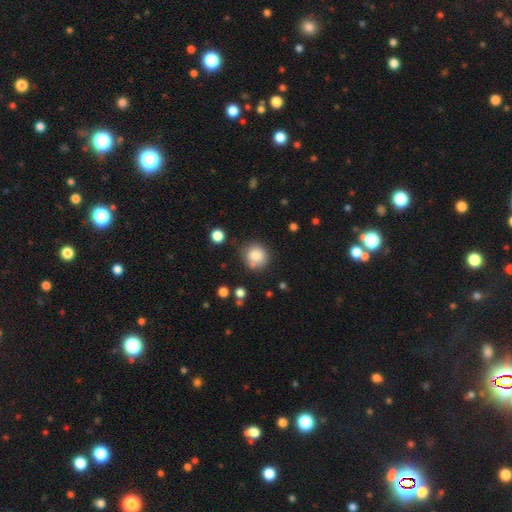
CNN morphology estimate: type=smooth (84%); roundness=round (86%); merging=none (71%).